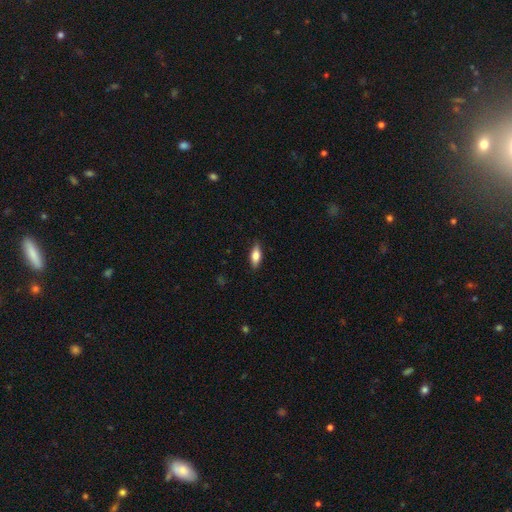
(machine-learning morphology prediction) Smooth or featured: smooth — 73% (featured or disk — 20%)
How rounded: in between — 79% (cigar-shaped — 18%)
Merging: none — 86% (minor disturbance — 11%)